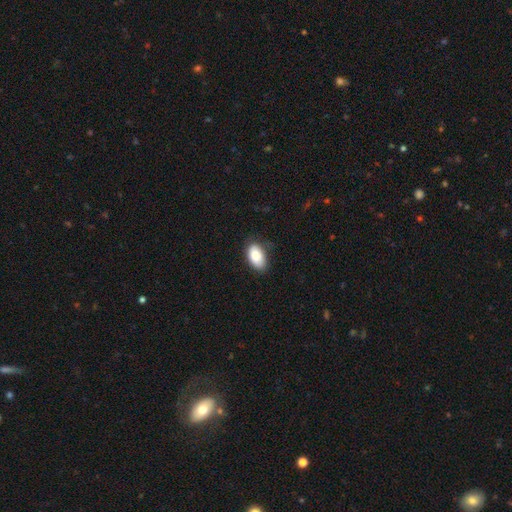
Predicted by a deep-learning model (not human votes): A smooth galaxy with no disk features (83%) that is in between round and cigar-shaped (93%).

Vote fractions:
- Smooth or featured? smooth: 83% / featured or disk: 10% / star or artifact: 7%
- How rounded? in between: 93% / round: 5% / cigar-shaped: 2%
- Merging? none: 74% / minor disturbance: 21% / major disturbance: 4% / merger: 1%